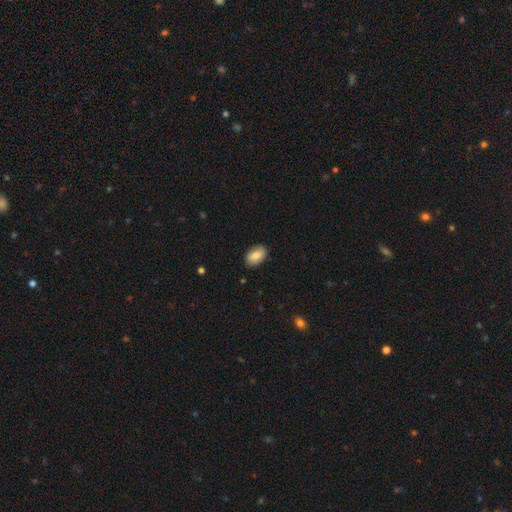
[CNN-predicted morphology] Overall: smooth (78%). How rounded: in between (90%). Merging: none (85%).